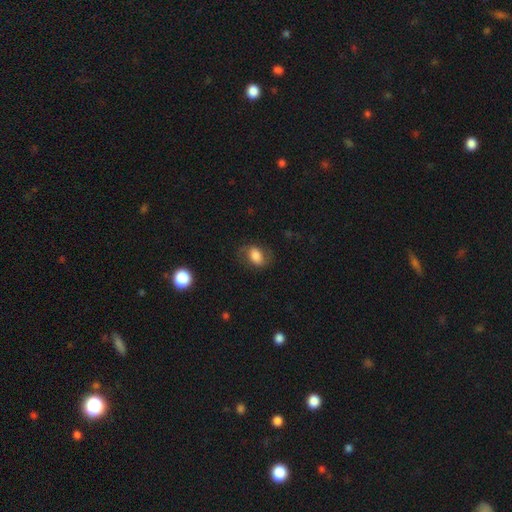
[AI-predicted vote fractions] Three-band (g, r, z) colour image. It shows a smooth galaxy with no disk features (59%) that is in between round and cigar-shaped (76%). Merging: none (67%).